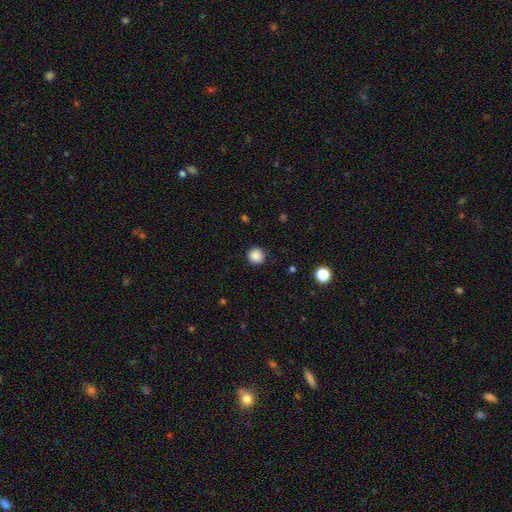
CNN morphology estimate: smooth 87%, star or artifact 10%, featured or disk 3%. Down the decision tree: how rounded — round (94%); merging — none (90%).